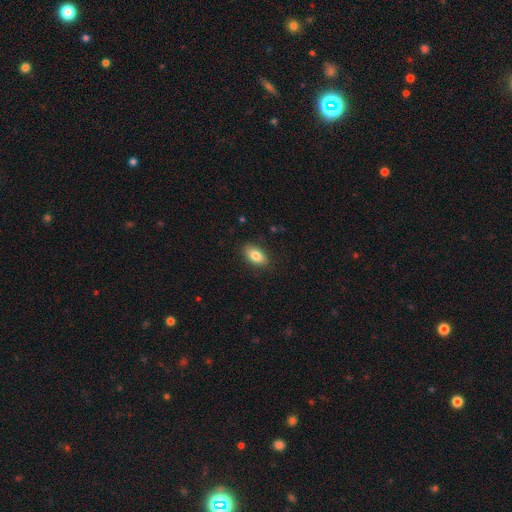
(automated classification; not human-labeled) smooth_or_featured: smooth (p=0.83) [alt: featured or disk p=0.10]
how_rounded: in between (p=0.91) [alt: round p=0.06]
merging: none (p=0.86) [alt: minor disturbance p=0.10]